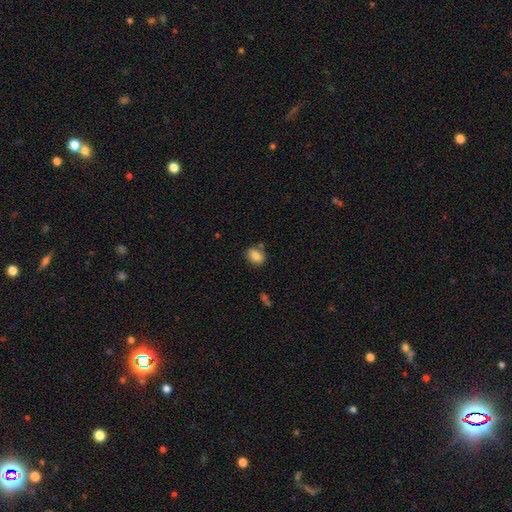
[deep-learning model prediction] The model was most divided on "how rounded": in between: 67%, round: 31%, cigar-shaped: 2%. More confident: smooth or featured — smooth (83%); merging — none (71%).